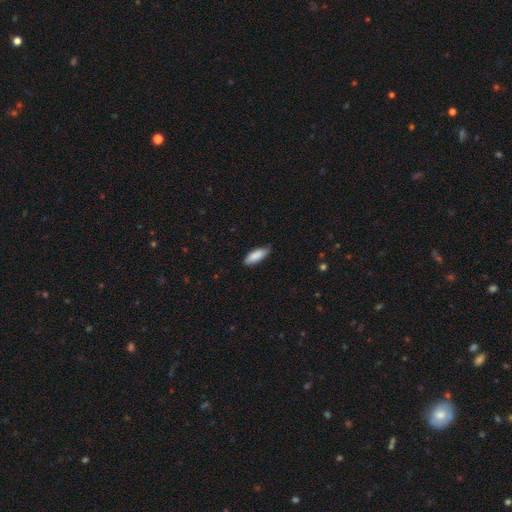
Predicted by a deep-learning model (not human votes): A smooth galaxy with no disk features (87%) that is in between round and cigar-shaped (69%).

Vote fractions:
- Smooth or featured? smooth: 87% / featured or disk: 7% / star or artifact: 6%
- How rounded? in between: 69% / cigar-shaped: 29% / round: 2%
- Merging? none: 76% / minor disturbance: 20% / major disturbance: 3% / merger: 1%